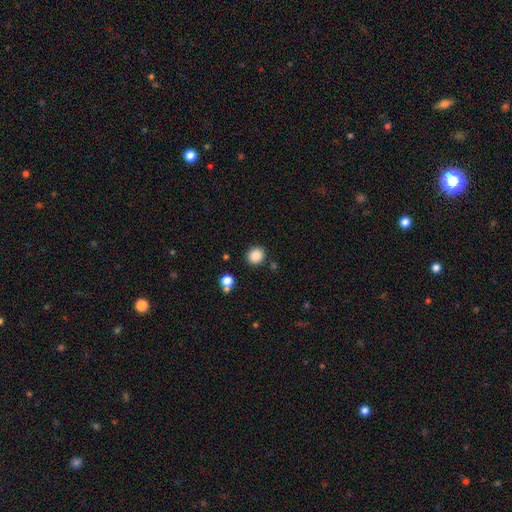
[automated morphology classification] This is clearly a smooth galaxy (87%). How rounded: clearly round (83%). Merging: clearly none (86%).